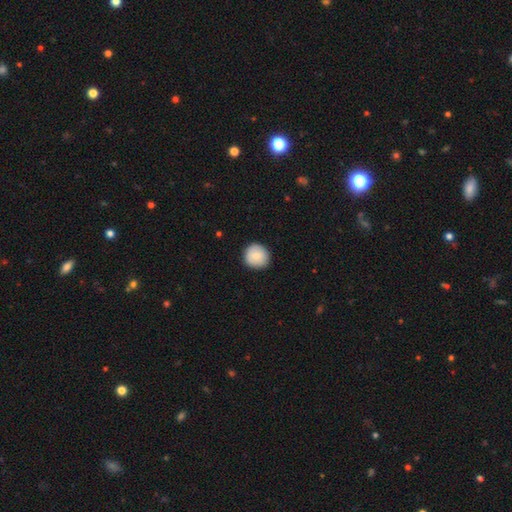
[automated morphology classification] smooth_or_featured: smooth (p=0.82) [alt: featured or disk p=0.11]
how_rounded: round (p=0.93) [alt: in between p=0.06]
merging: none (p=0.90) [alt: minor disturbance p=0.08]